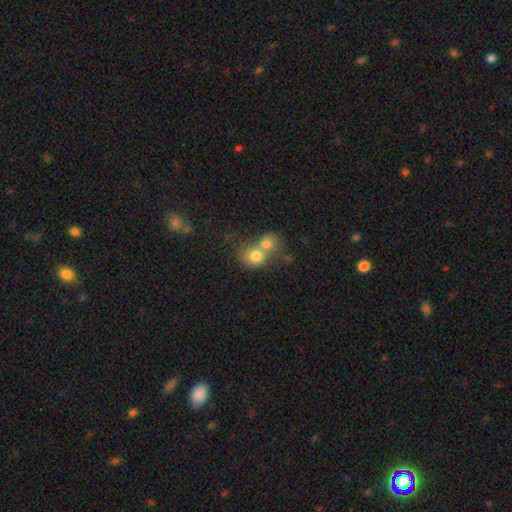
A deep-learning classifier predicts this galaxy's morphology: A smooth galaxy with no disk features (76%) that is round (73%). Merging: merger (69%).